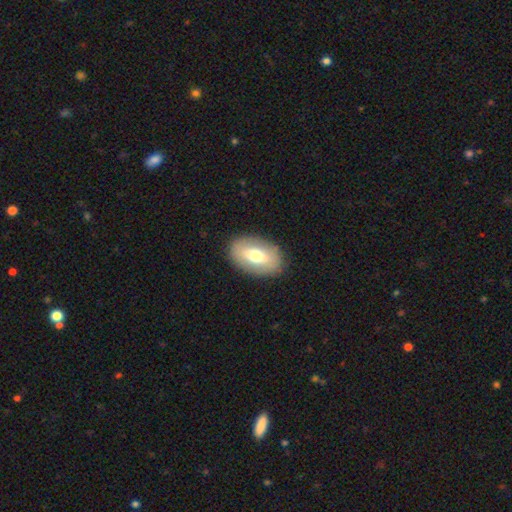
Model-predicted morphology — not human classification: Smooth or featured?
  - smooth: 61% *
  - featured or disk: 32%
  - star or artifact: 7%
How rounded?
  - in between: 90% *
  - round: 9%
  - cigar-shaped: 2%
Merging?
  - none: 87% *
  - minor disturbance: 9%
  - major disturbance: 3%
  - merger: 1%